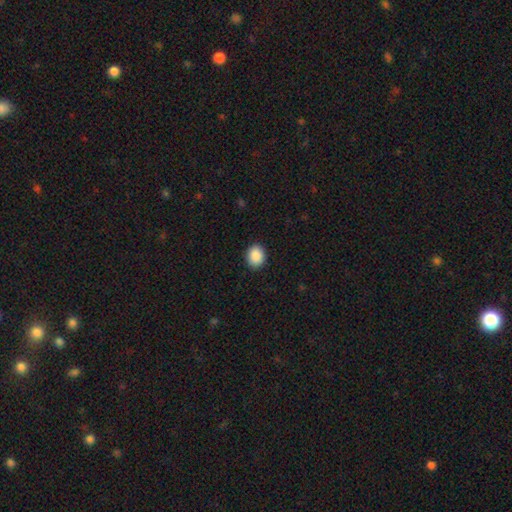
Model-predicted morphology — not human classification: Smooth or featured? Predicted: smooth (p=0.90). How rounded? Predicted: round (p=0.56). Merging? Predicted: none (p=0.90).